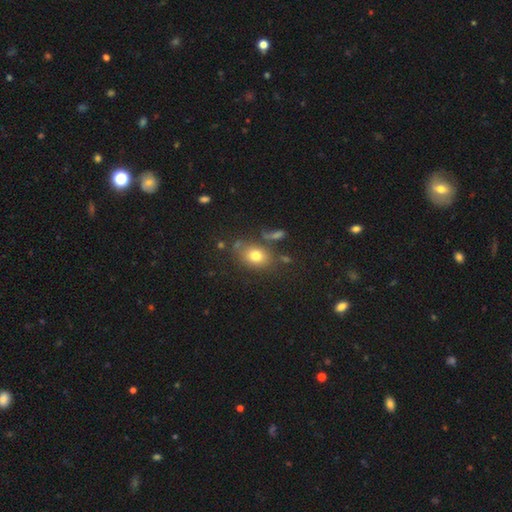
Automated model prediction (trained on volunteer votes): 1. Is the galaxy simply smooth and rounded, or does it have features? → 76% smooth, 12% featured or disk, 12% star or artifact.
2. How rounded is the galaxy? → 61% in between, 38% round, 1% cigar-shaped.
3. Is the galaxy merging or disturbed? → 71% none, 15% minor disturbance, 8% merger, 6% major disturbance.